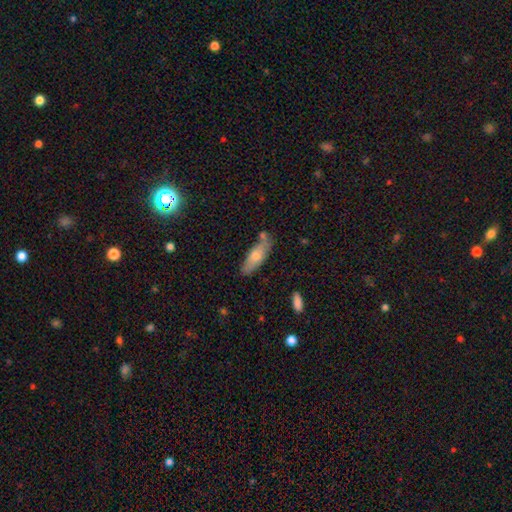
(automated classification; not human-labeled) Smooth or featured: smooth — 64% (featured or disk — 29%)
How rounded: in between — 56% (cigar-shaped — 42%)
Merging: none — 70% (minor disturbance — 19%)